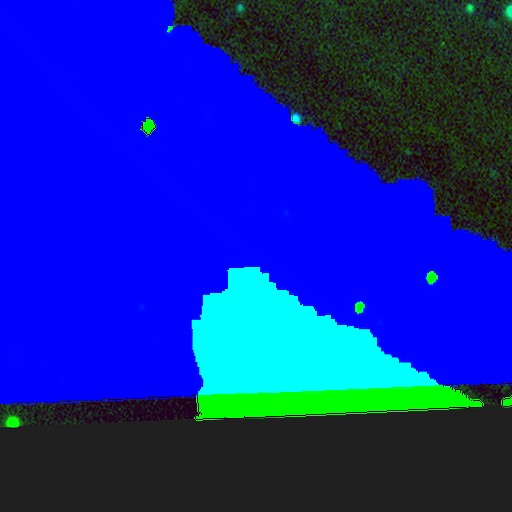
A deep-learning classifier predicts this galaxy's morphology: Smooth or featured? star or artifact (87%)